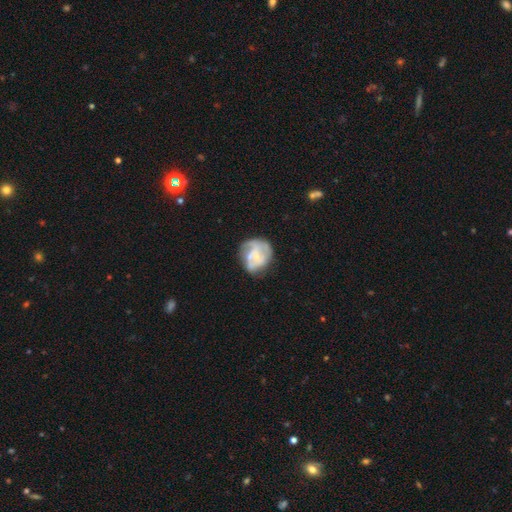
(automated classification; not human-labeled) This appears to be a featured or disk galaxy (65%) with no bar (65%), spiral arms (67%) and a small central bulge (60%). Merging: none (48%).